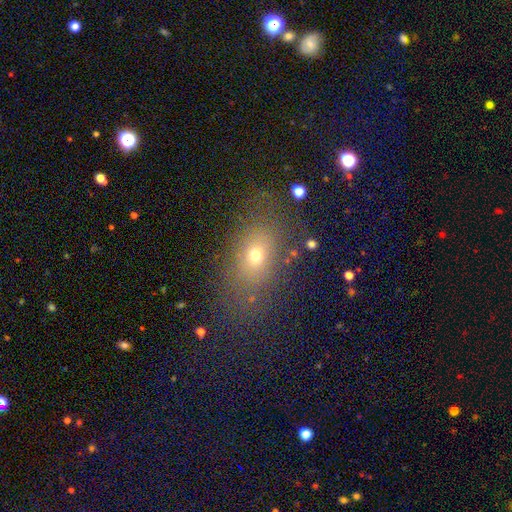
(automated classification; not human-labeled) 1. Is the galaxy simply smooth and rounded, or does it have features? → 67% smooth, 17% star or artifact, 16% featured or disk.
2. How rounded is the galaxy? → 73% in between, 24% round, 4% cigar-shaped.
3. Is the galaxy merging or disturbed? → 71% none, 15% minor disturbance, 11% major disturbance, 3% merger.